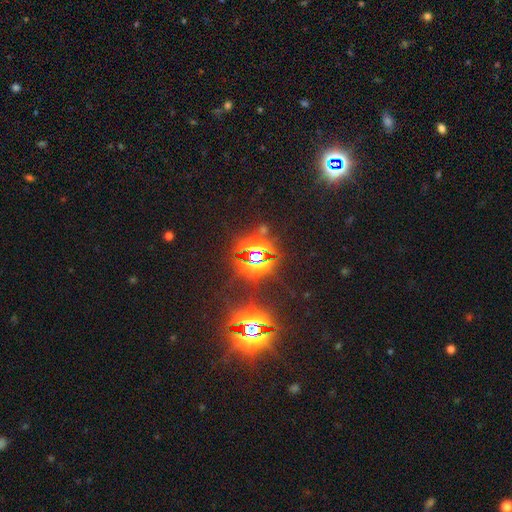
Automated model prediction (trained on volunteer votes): smooth_or_featured: star or artifact (p=0.82) [alt: smooth p=0.10]